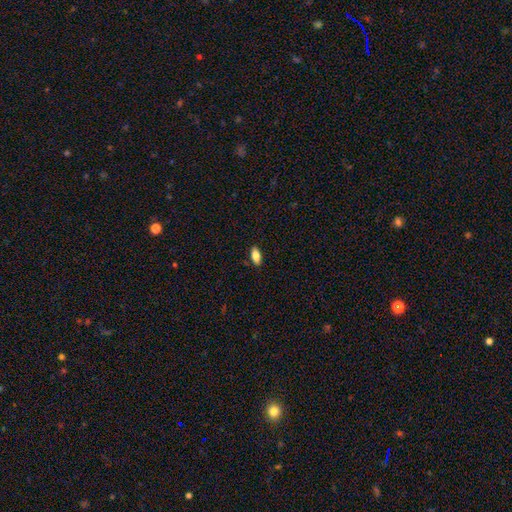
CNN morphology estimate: smooth-or-featured: smooth: 80% | featured or disk: 12% | star or artifact: 8%
  how-rounded: in between: 87% | cigar-shaped: 10% | round: 3%
  merging: none: 87% | minor disturbance: 10% | major disturbance: 2% | merger: 1%